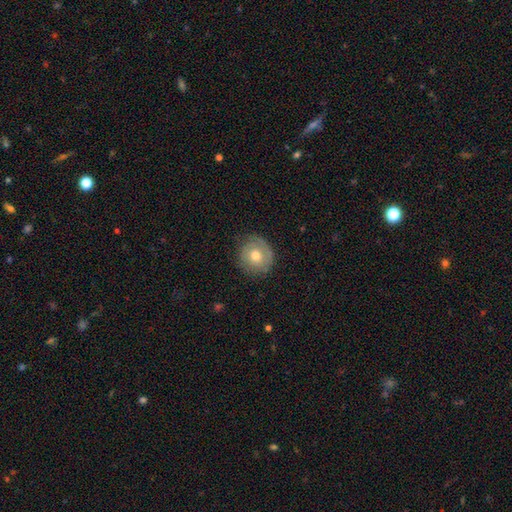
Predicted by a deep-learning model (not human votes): Overall: smooth (56%; featured or disk 36%). How rounded: round (90%). Merging: none (80%).